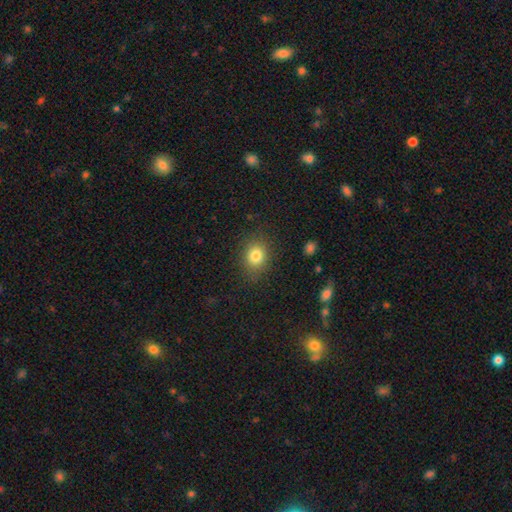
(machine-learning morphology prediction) smooth-or-featured: smooth: 81% | star or artifact: 12% | featured or disk: 8%
  how-rounded: round: 61% | in between: 38% | cigar-shaped: 1%
  merging: none: 84% | minor disturbance: 11% | major disturbance: 4% | merger: 1%